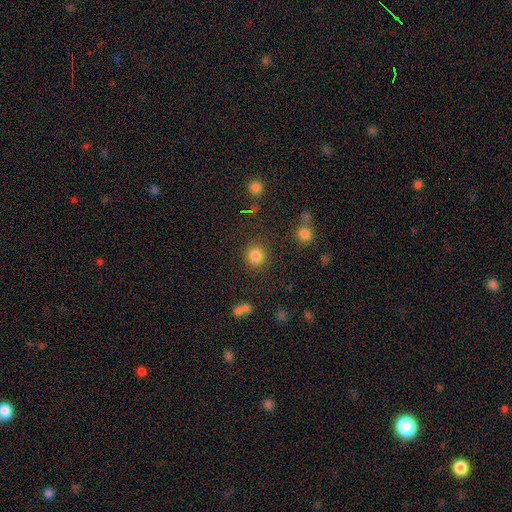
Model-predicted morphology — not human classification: Smooth or featured? smooth (78%)
How rounded? round (87%)
Merging? none (77%)